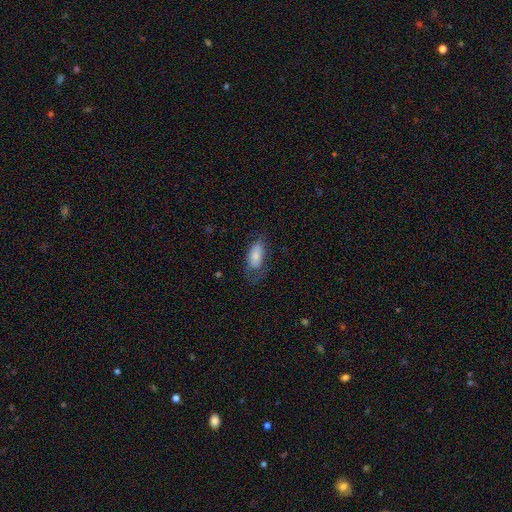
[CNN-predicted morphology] Overall: smooth (70%). How rounded: in between (89%). Merging: none (49%; minor disturbance 26%).